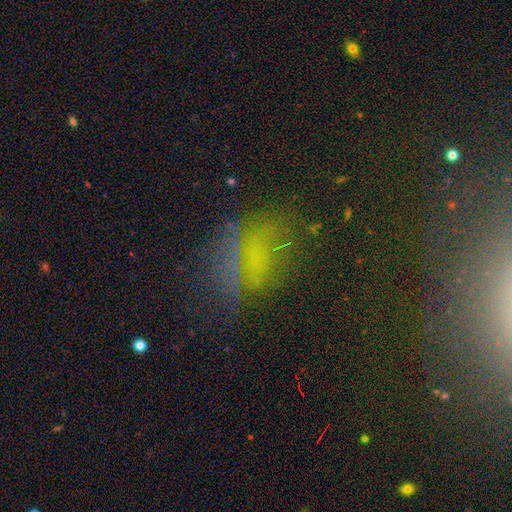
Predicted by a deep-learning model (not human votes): This is marginally a star or artifact rather than a galaxy (38%, tied with smooth).